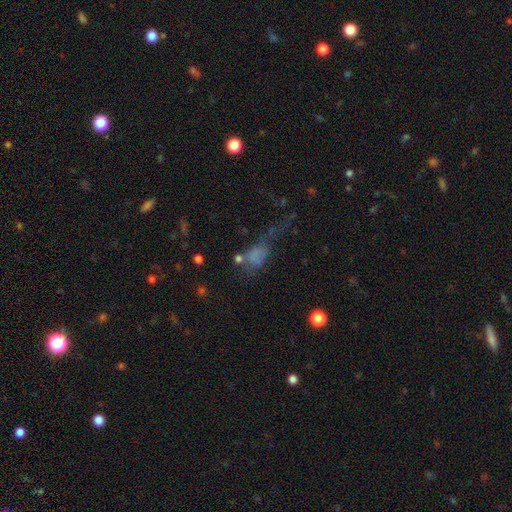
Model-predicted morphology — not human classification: Smooth or featured: smooth — 57% (featured or disk — 23%)
How rounded: in between — 73% (round — 18%)
Merging: major disturbance — 45% (none — 21%)